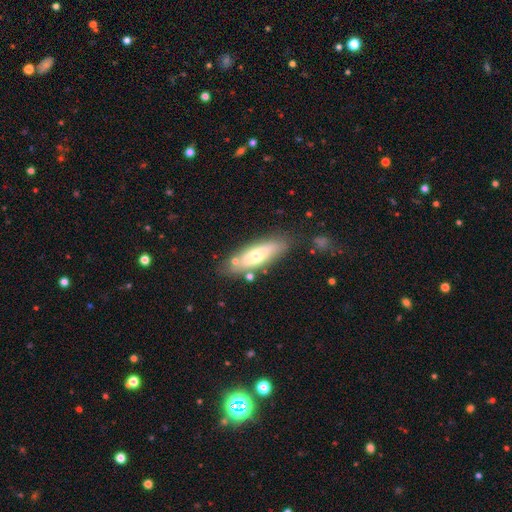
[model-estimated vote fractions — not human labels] A smooth galaxy with no disk features (60%) that is in between round and cigar-shaped (51%).

Vote fractions:
- Smooth or featured? smooth: 60% / featured or disk: 33% / star or artifact: 7%
- How rounded? in between: 51% / cigar-shaped: 47% / round: 2%
- Merging? none: 73% / minor disturbance: 15% / merger: 7% / major disturbance: 4%